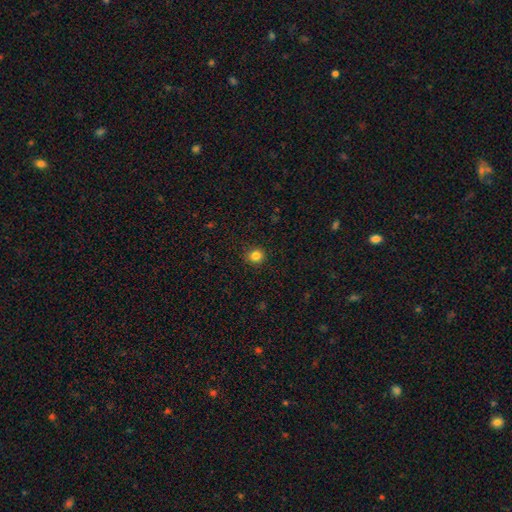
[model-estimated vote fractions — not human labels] A smooth galaxy with no disk features (83%) that is round (89%). Merging: none (90%).